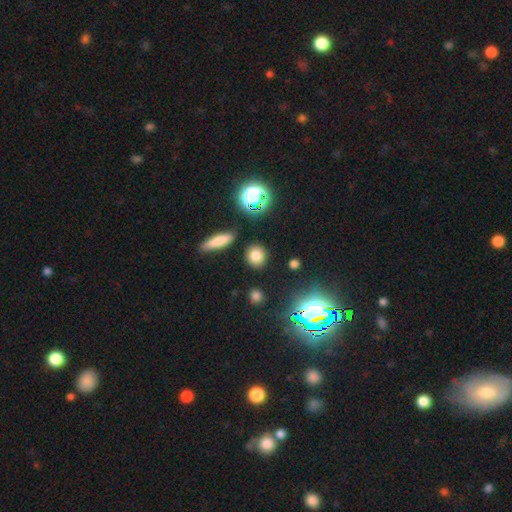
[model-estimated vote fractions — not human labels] This appears to be a smooth galaxy with no disk features (77%) that is round (82%). Merging: none (87%).